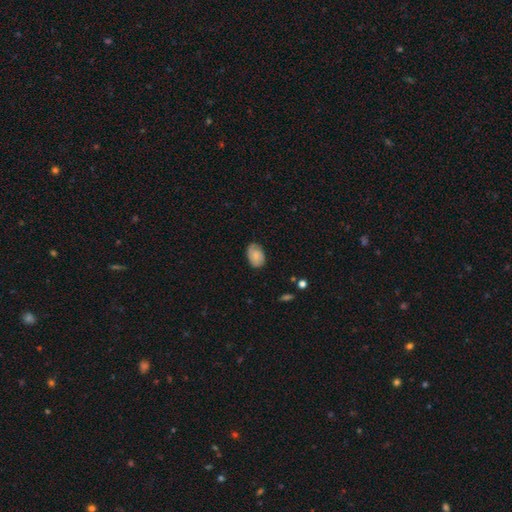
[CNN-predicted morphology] Smooth or featured? Predicted: smooth (p=0.68). How rounded? Predicted: in between (p=0.88). Merging? Predicted: none (p=0.77).